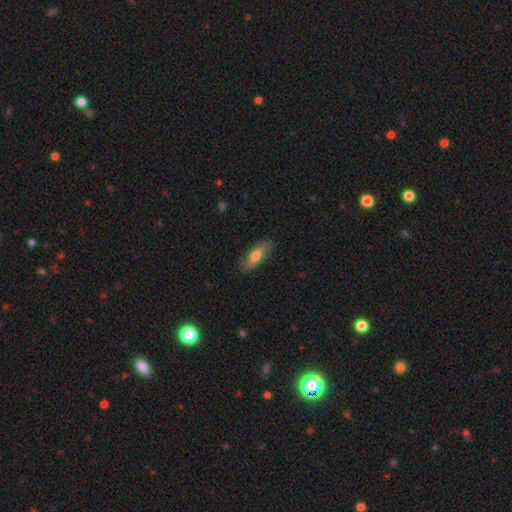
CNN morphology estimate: Smooth or featured?
  - smooth: 57% *
  - featured or disk: 36%
  - star or artifact: 6%
How rounded?
  - in between: 69% *
  - cigar-shaped: 28%
  - round: 3%
Merging?
  - none: 79% *
  - minor disturbance: 16%
  - major disturbance: 4%
  - merger: 1%